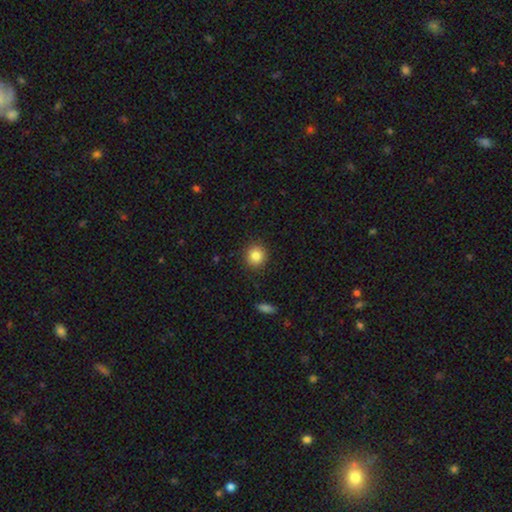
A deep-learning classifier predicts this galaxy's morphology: This is clearly a smooth galaxy (84%). How rounded: clearly round (91%). Merging: clearly none (90%).